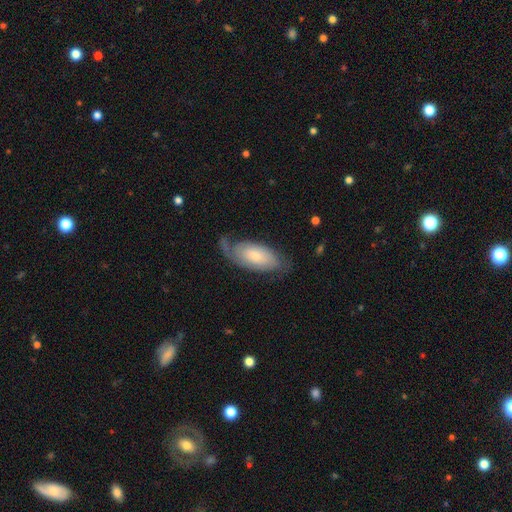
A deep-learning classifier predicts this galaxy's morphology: Smooth or featured: featured or disk — 51% (smooth — 43%)
Edge-on disk: no — 90% (yes — 10%)
Merging: none — 51% (minor disturbance — 27%)